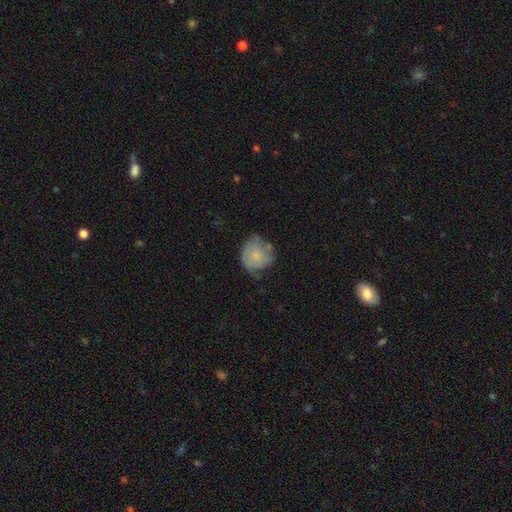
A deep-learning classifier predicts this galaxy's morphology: The model was most divided on "merging": none: 47%, minor disturbance: 36%, major disturbance: 14%, merger: 3%. More confident: how rounded — round (81%); smooth or featured — smooth (62%).